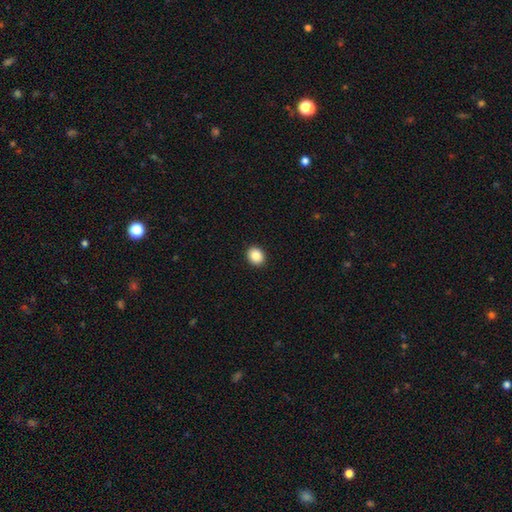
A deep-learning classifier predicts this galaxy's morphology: Q: Smooth or featured?
A: smooth (86%); runner-up: star or artifact (9%)
Q: How rounded?
A: round (62%); runner-up: in between (37%)
Q: Merging?
A: none (93%); runner-up: minor disturbance (5%)